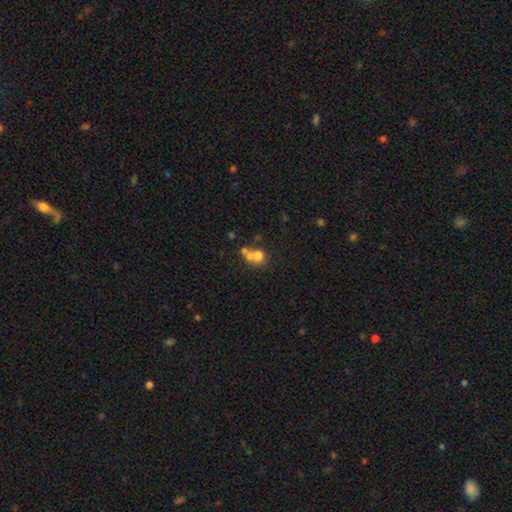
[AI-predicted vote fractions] A smooth galaxy with no disk features (62%) that is round (76%).

Vote fractions:
- Smooth or featured? smooth: 62% / featured or disk: 24% / star or artifact: 14%
- How rounded? round: 76% / in between: 23% / cigar-shaped: 1%
- Merging? merger: 58% / none: 31% / minor disturbance: 7% / major disturbance: 5%